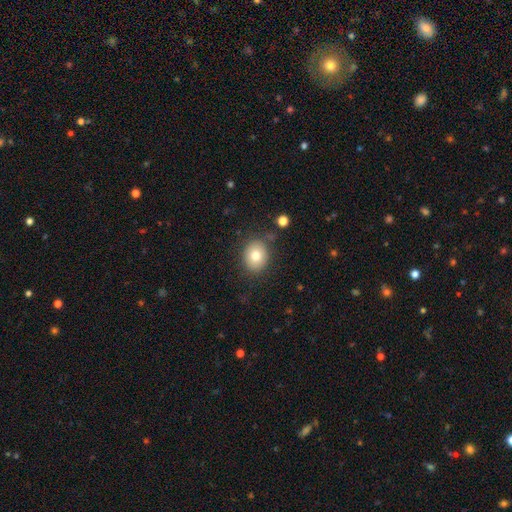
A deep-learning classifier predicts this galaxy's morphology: A smooth galaxy with no disk features (78%) that is round (63%).

Vote fractions:
- Smooth or featured? smooth: 78% / featured or disk: 12% / star or artifact: 10%
- How rounded? round: 63% / in between: 36% / cigar-shaped: 1%
- Merging? none: 80% / minor disturbance: 13% / major disturbance: 4% / merger: 3%